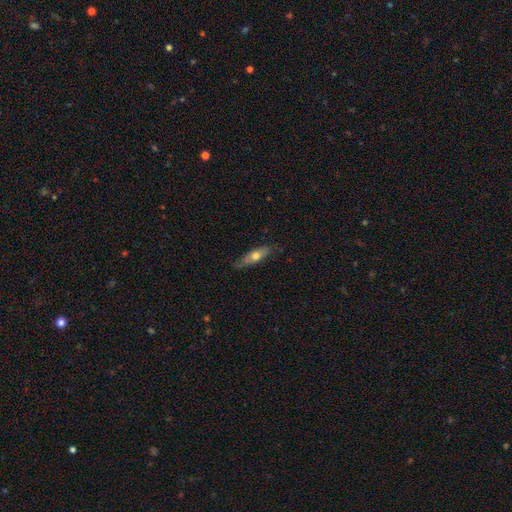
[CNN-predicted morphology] This is possibly a smooth galaxy (55%). How rounded: possibly cigar-shaped (56%). Merging: likely none (77%).